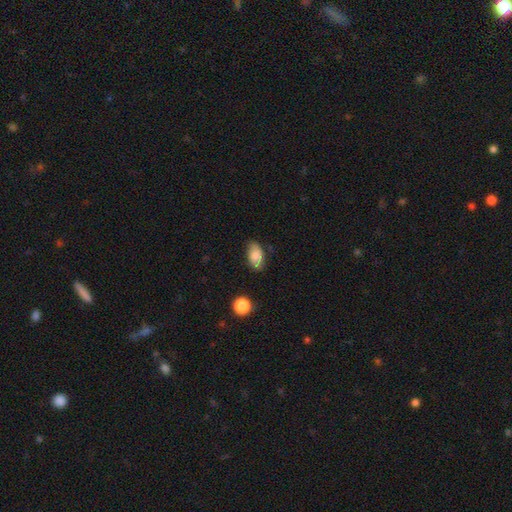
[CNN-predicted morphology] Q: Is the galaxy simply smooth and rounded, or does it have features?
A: smooth — 78%.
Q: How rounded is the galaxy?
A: in between — 91%.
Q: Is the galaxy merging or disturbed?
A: none — 73%.